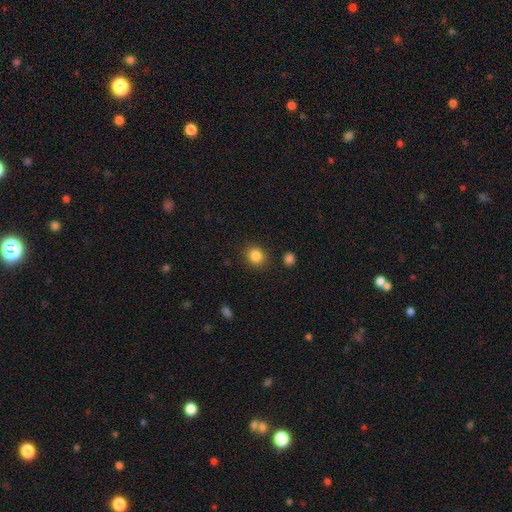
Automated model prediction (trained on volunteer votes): This appears to be a smooth galaxy with no disk features (86%) that is round (77%). Merging: none (88%).